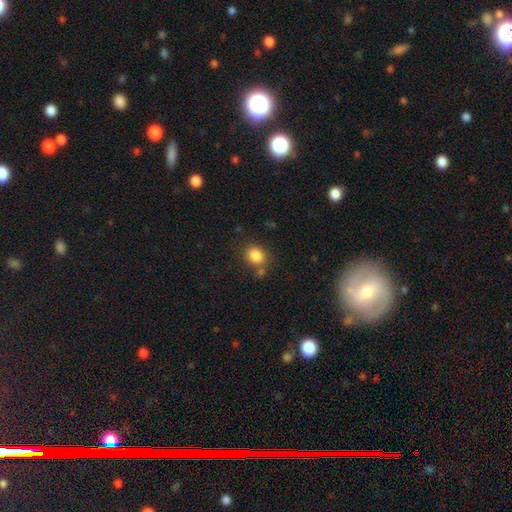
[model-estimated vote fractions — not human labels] The model was most divided on "how rounded": round: 69%, in between: 30%, cigar-shaped: 1%. More confident: smooth or featured — smooth (84%); merging — none (72%).